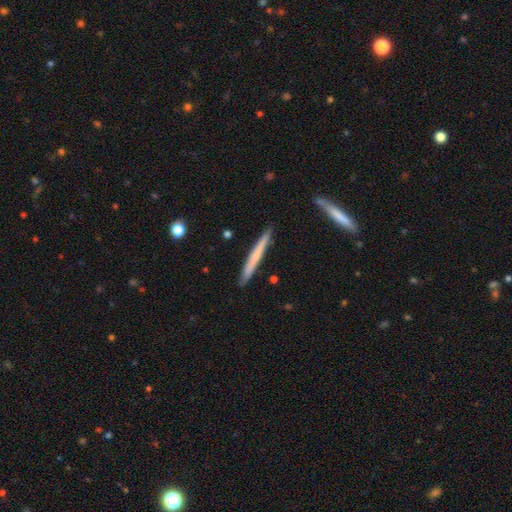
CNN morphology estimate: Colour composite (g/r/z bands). It shows a smooth galaxy with no disk features (52%) that is cigar-shaped (97%). Merging: none (89%).